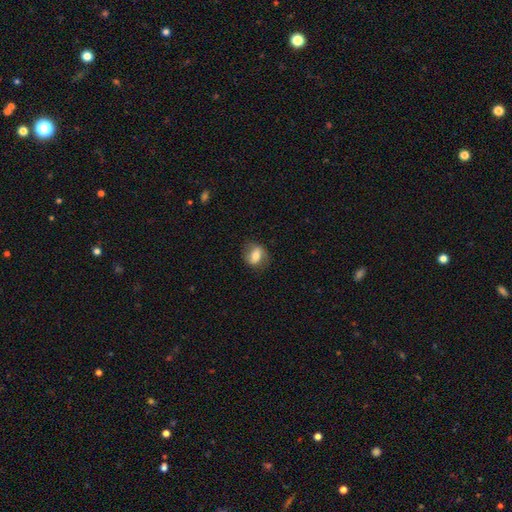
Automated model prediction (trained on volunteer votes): Overall: smooth (59%; featured or disk 33%). How rounded: in between (59%; round 38%). Merging: none (76%).